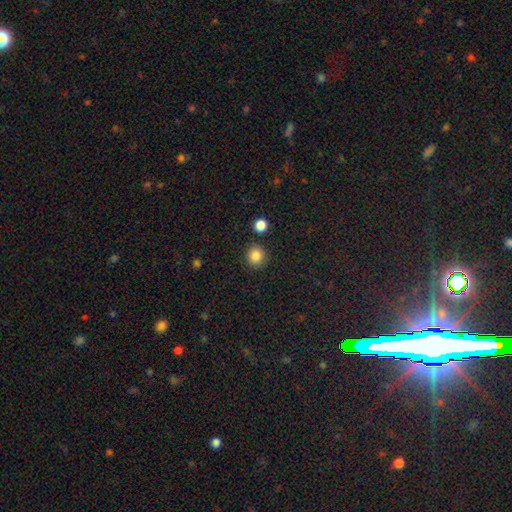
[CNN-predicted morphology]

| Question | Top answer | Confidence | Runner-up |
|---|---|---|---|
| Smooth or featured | smooth | 86% | star or artifact (10%) |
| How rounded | round | 90% | in between (9%) |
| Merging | none | 88% | minor disturbance (7%) |